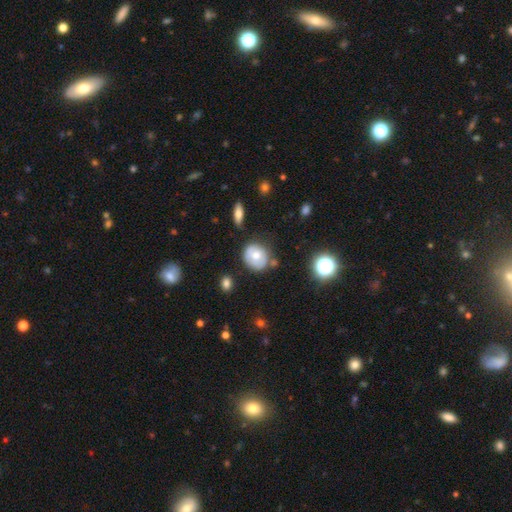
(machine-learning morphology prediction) A smooth galaxy with no disk features (59%) that is round (71%). Merging: none (66%).